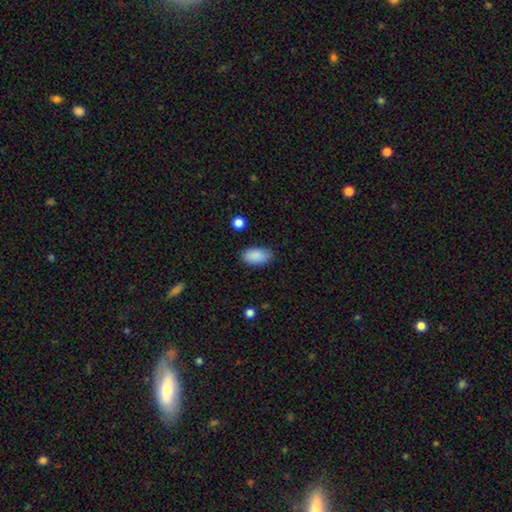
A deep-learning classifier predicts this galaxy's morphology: Overall: smooth (89%). How rounded: in between (94%). Merging: none (84%).